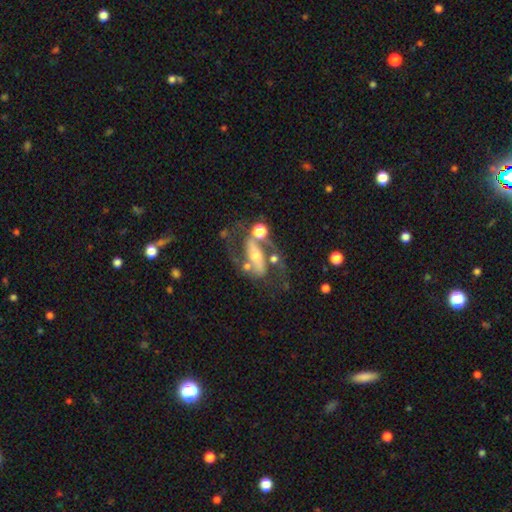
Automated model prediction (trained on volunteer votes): Q: Smooth or featured?
A: featured or disk (80%); runner-up: smooth (12%)
Q: Edge-on disk?
A: no (91%); runner-up: yes (9%)
Q: Bar?
A: strong (55%); runner-up: weak (23%)
Q: Spiral arms?
A: yes (86%); runner-up: no (14%)
Q: Spiral winding?
A: medium (50%); runner-up: loose (32%)
Q: Spiral arm count?
A: 2 (88%); runner-up: can't tell (5%)
Q: Bulge size?
A: moderate (51%); runner-up: small (38%)
Q: Merging?
A: none (55%); runner-up: major disturbance (17%)